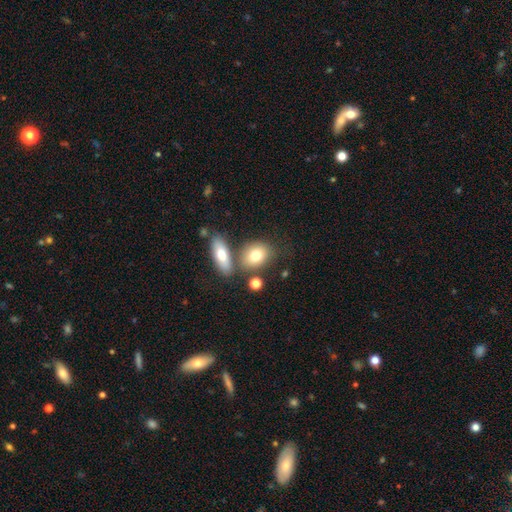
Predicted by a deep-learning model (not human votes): This appears to be a smooth galaxy with no disk features (77%) that is in between round and cigar-shaped (66%). Merging: none (59%).